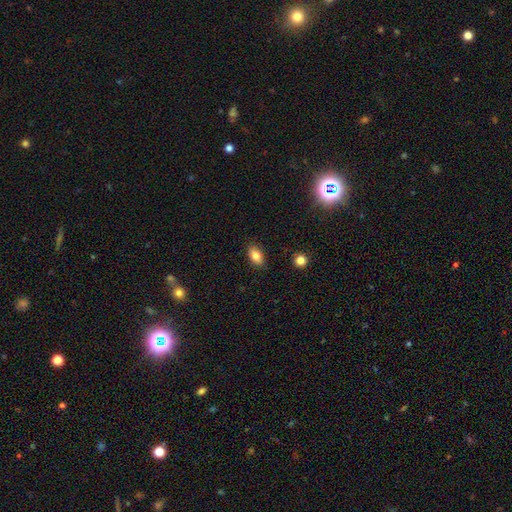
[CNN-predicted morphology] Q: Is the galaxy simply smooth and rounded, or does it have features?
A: smooth — 82%.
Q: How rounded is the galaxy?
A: in between — 88%.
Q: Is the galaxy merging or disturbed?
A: none — 87%.